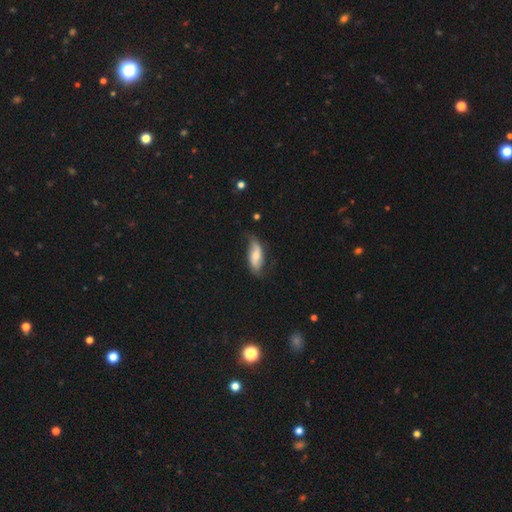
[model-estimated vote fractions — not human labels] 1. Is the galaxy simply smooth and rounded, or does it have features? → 52% smooth, 42% featured or disk, 6% star or artifact.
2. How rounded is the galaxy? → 79% in between, 19% cigar-shaped, 3% round.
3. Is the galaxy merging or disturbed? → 59% none, 31% minor disturbance, 8% major disturbance, 2% merger.